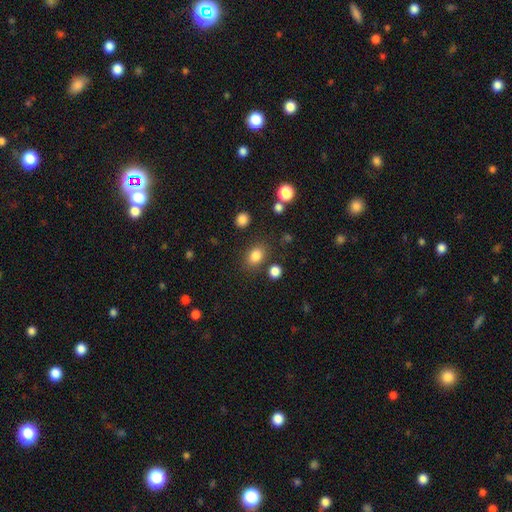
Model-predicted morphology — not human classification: Smooth or featured?
  - smooth: 83% *
  - star or artifact: 11%
  - featured or disk: 5%
How rounded?
  - in between: 62% *
  - round: 37%
  - cigar-shaped: 1%
Merging?
  - none: 79% *
  - minor disturbance: 11%
  - merger: 5%
  - major disturbance: 4%